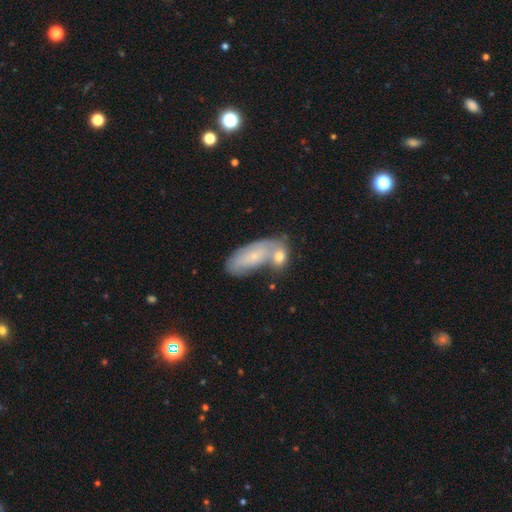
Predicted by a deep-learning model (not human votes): Smooth or featured? Predicted: smooth (p=0.52). How rounded? Predicted: in between (p=0.74). Merging? Predicted: none (p=0.45).